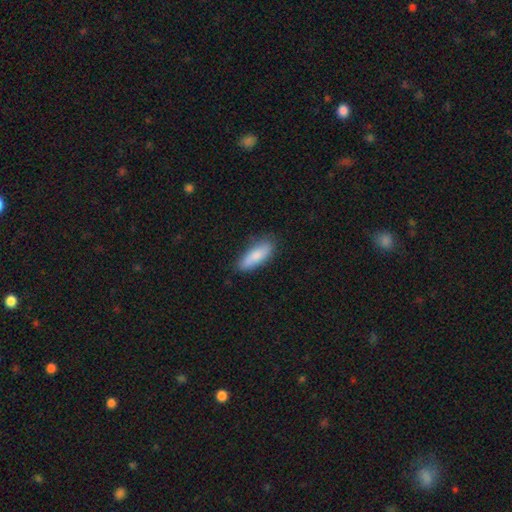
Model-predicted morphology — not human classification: A smooth galaxy with no disk features (81%) that is in between round and cigar-shaped (59%). Merging: none (80%).